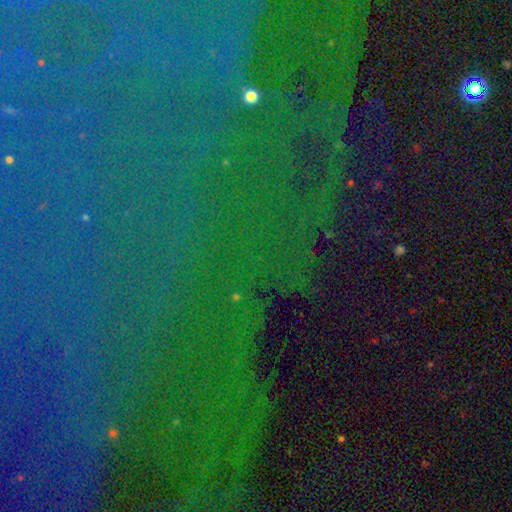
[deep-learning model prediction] smooth_or_featured: star or artifact (p=0.83) [alt: featured or disk p=0.09]